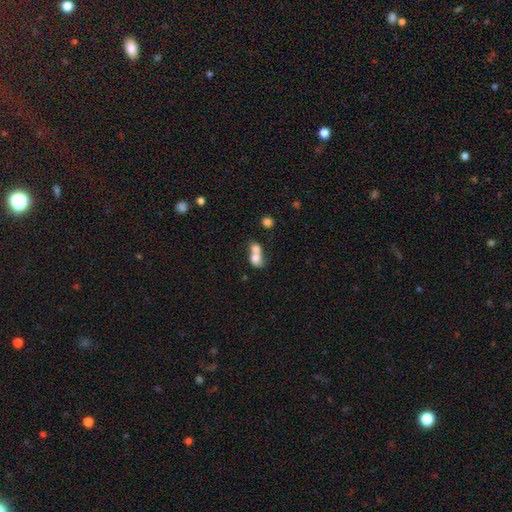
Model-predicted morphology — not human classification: Smooth or featured? Predicted: smooth (p=0.72). How rounded? Predicted: in between (p=0.55). Merging? Predicted: merger (p=0.74).